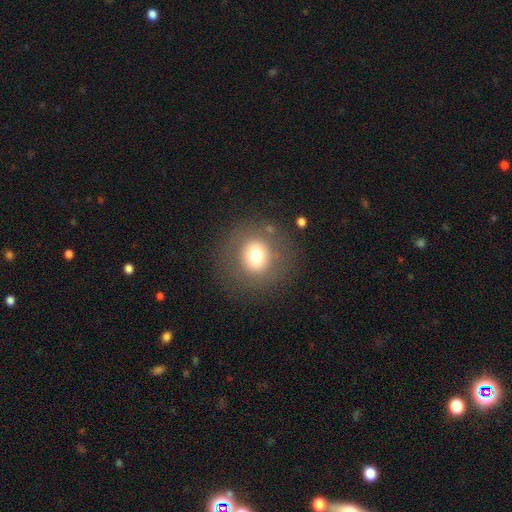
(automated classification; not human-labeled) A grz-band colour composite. It shows a smooth galaxy with no disk features (69%) that is round (90%). Merging: none (84%).